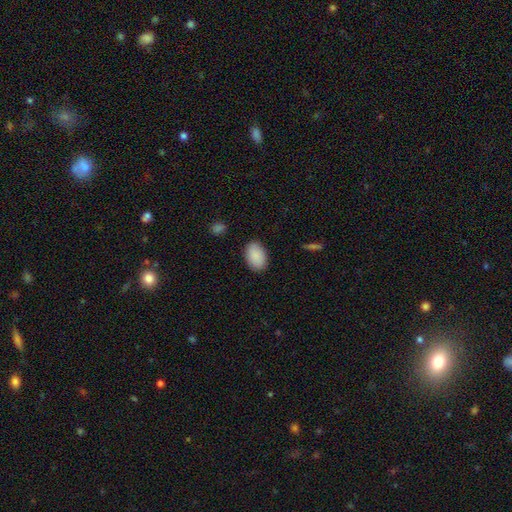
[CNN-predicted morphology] Q: Smooth or featured?
A: smooth (90%); runner-up: star or artifact (6%)
Q: How rounded?
A: in between (90%); runner-up: round (9%)
Q: Merging?
A: none (87%); runner-up: minor disturbance (9%)